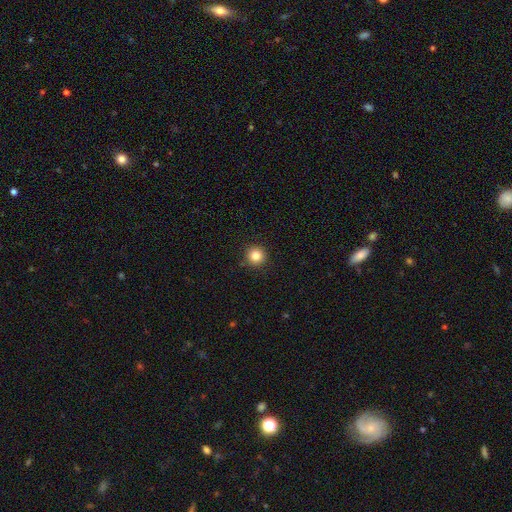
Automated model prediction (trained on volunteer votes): smooth-or-featured: smooth: 83% | star or artifact: 12% | featured or disk: 5%
  how-rounded: round: 96% | in between: 3% | cigar-shaped: 1%
  merging: none: 92% | minor disturbance: 5% | major disturbance: 2% | merger: 1%